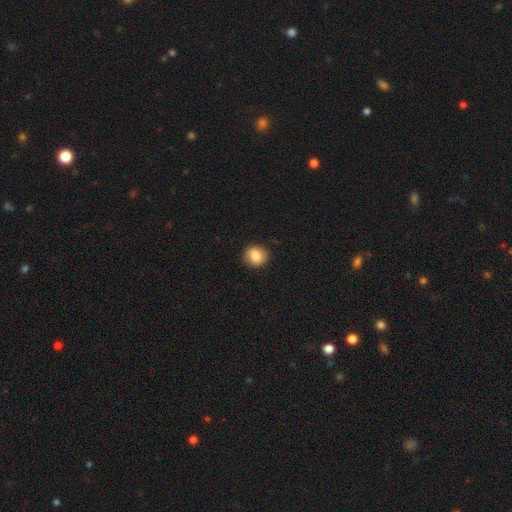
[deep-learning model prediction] A smooth galaxy with no disk features (86%) that is round (77%).

Vote fractions:
- Smooth or featured? smooth: 86% / star or artifact: 8% / featured or disk: 6%
- How rounded? round: 77% / in between: 22% / cigar-shaped: 1%
- Merging? none: 88% / minor disturbance: 8% / major disturbance: 2% / merger: 1%